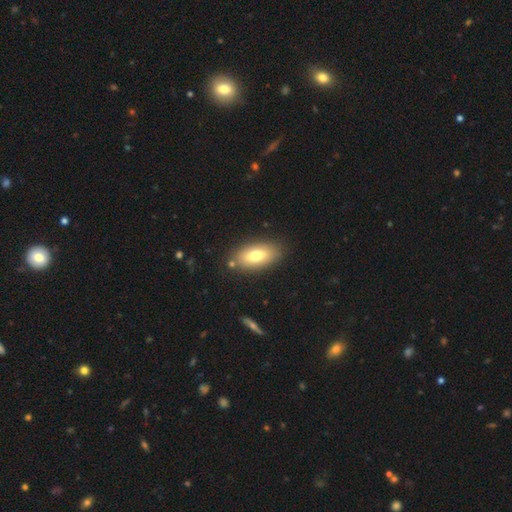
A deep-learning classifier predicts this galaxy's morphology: Smooth or featured? smooth (73%)
How rounded? in between (89%)
Merging? none (81%)